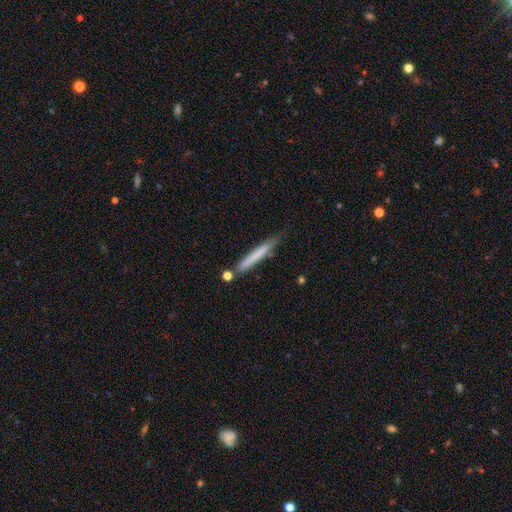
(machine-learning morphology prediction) smooth 66%, featured or disk 28%, star or artifact 6%. Down the decision tree: how rounded — cigar-shaped (96%); merging — none (73%).